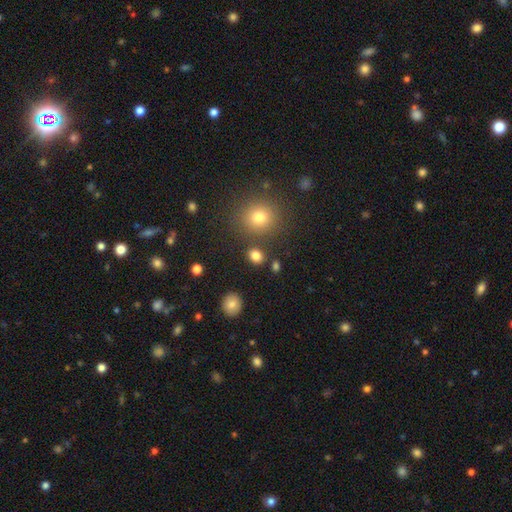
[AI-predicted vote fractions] Smooth or featured? Predicted: smooth (p=0.82). How rounded? Predicted: round (p=0.59). Merging? Predicted: none (p=0.83).